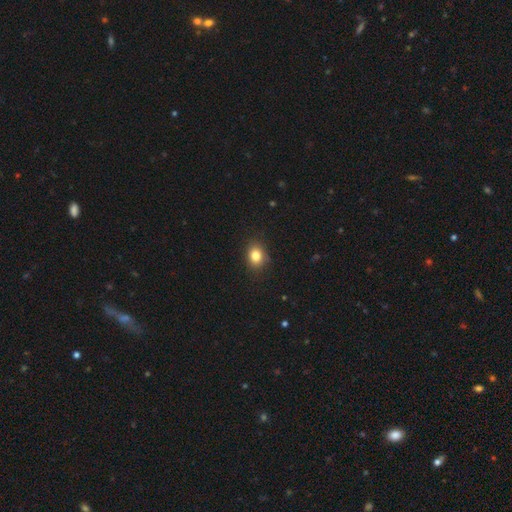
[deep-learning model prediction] Overall: smooth (83%). How rounded: in between (53%; round 46%). Merging: none (86%).